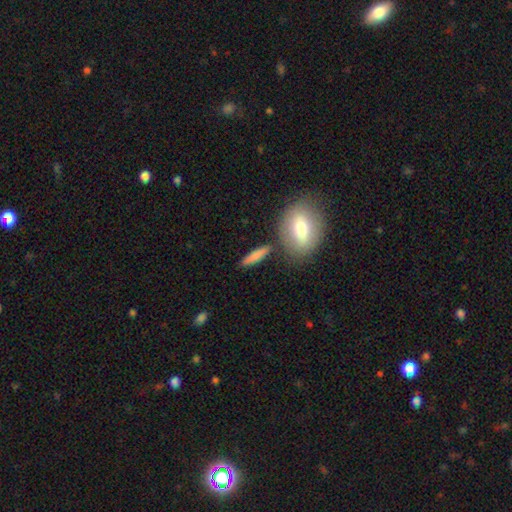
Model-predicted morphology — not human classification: Smooth or featured: smooth — 78% (featured or disk — 15%)
How rounded: cigar-shaped — 71% (in between — 25%)
Merging: none — 78% (minor disturbance — 11%)